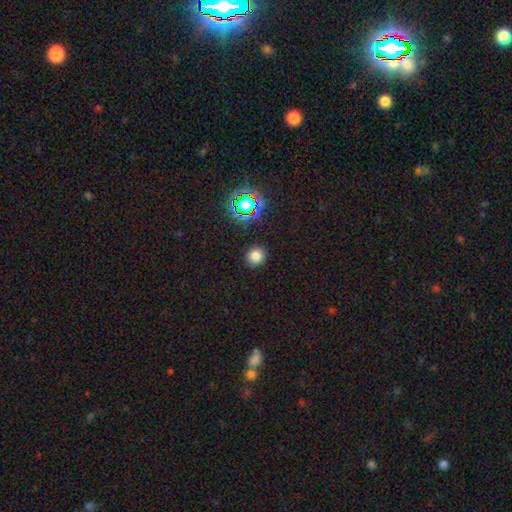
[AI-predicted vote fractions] smooth-or-featured: smooth: 76% | star or artifact: 18% | featured or disk: 6%
  how-rounded: round: 91% | in between: 8% | cigar-shaped: 1%
  merging: none: 90% | minor disturbance: 6% | major disturbance: 2% | merger: 1%